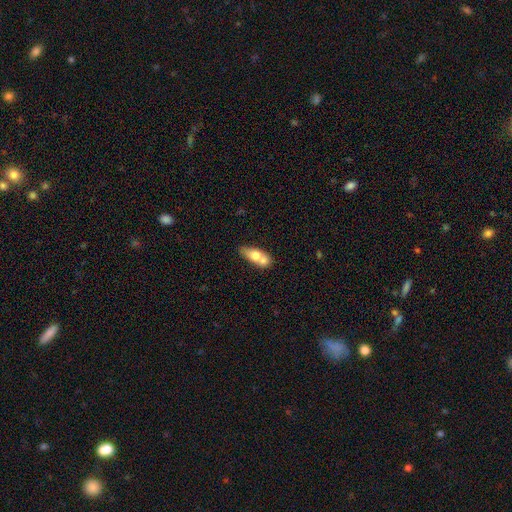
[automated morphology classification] smooth_or_featured: smooth (p=0.64) [alt: featured or disk p=0.29]
how_rounded: in between (p=0.72) [alt: cigar-shaped p=0.20]
merging: merger (p=0.47) [alt: none p=0.35]